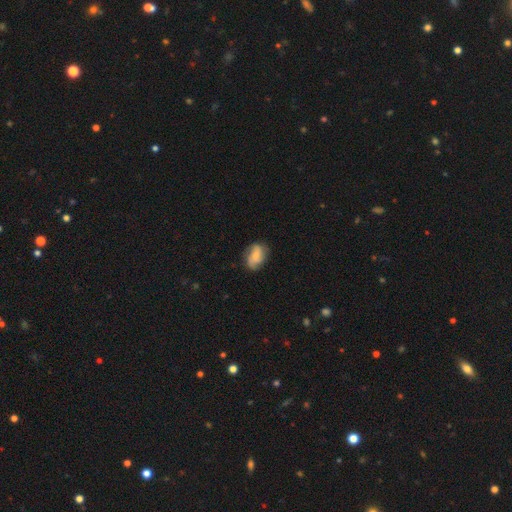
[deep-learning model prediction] smooth-or-featured: smooth: 61% | featured or disk: 31% | star or artifact: 8%
  how-rounded: in between: 83% | round: 15% | cigar-shaped: 2%
  merging: none: 70% | minor disturbance: 23% | major disturbance: 6% | merger: 1%